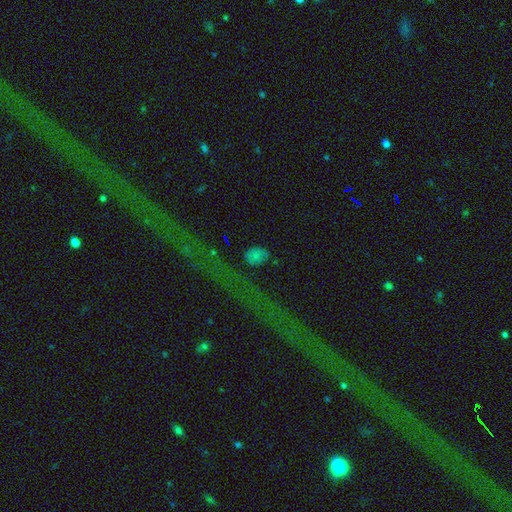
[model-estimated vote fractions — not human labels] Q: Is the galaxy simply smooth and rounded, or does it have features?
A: smooth — 67%.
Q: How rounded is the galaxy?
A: in between — 55%.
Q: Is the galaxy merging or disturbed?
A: none — 76%.